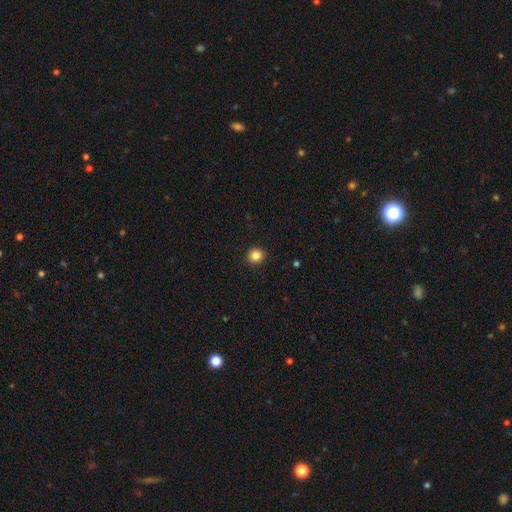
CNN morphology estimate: smooth_or_featured: smooth (p=0.85) [alt: star or artifact p=0.11]
how_rounded: round (p=0.90) [alt: in between p=0.09]
merging: none (p=0.92) [alt: minor disturbance p=0.05]